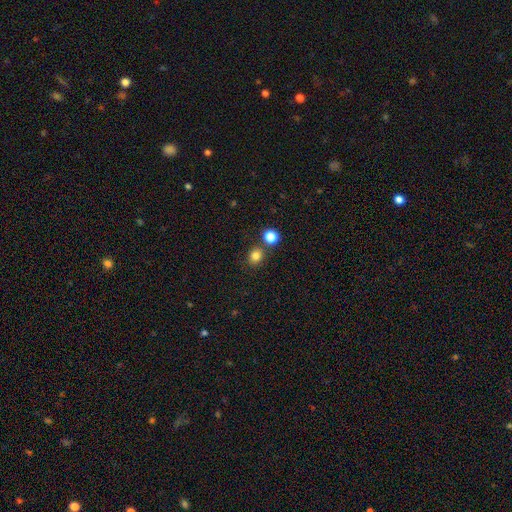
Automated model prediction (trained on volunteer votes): Smooth or featured: smooth — 80% (star or artifact — 15%)
How rounded: round — 78% (in between — 21%)
Merging: none — 76% (merger — 13%)